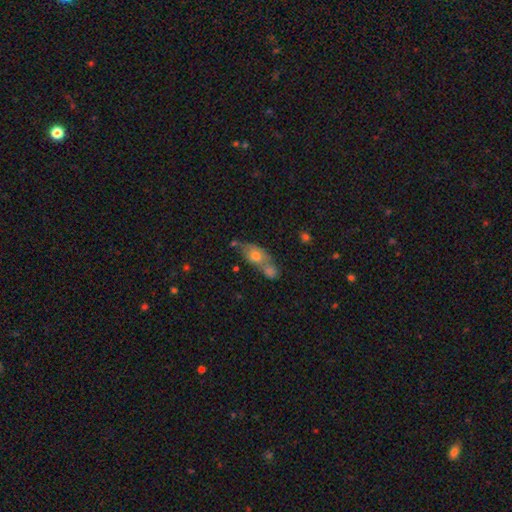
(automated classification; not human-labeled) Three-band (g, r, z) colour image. It shows a smooth galaxy with no disk features (63%) that is in between round and cigar-shaped (73%). Merging: merger (51%).